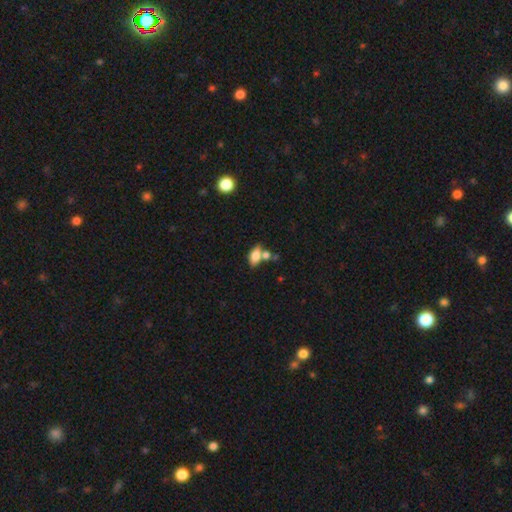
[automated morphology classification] Smooth or featured: smooth — 75% (featured or disk — 17%)
How rounded: in between — 86% (cigar-shaped — 7%)
Merging: none — 47% (merger — 34%)